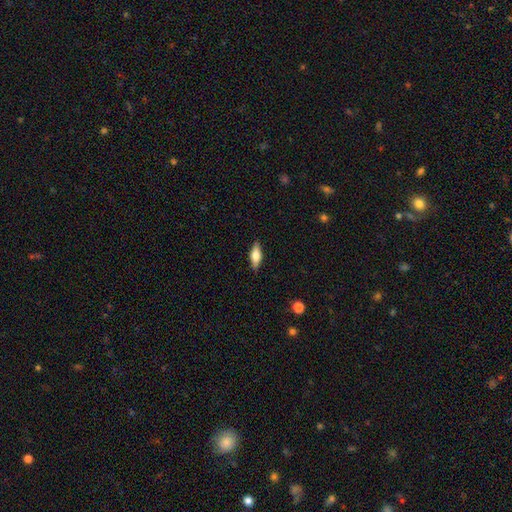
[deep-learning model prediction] This appears to be a smooth galaxy with no disk features (61%) that is in between round and cigar-shaped (62%). Merging: none (88%).